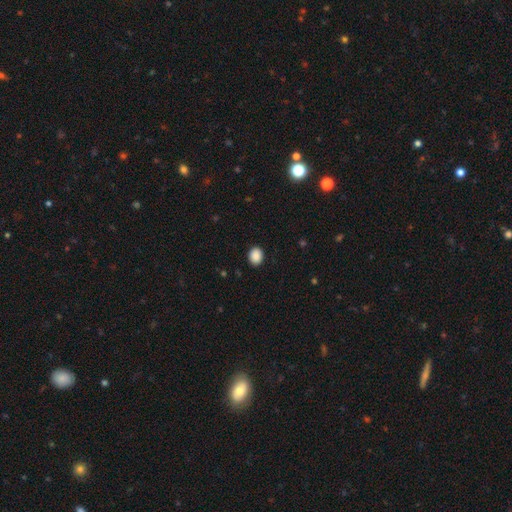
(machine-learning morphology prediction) This appears to be a smooth galaxy with no disk features (90%) that is in between round and cigar-shaped (53%). Merging: none (90%).